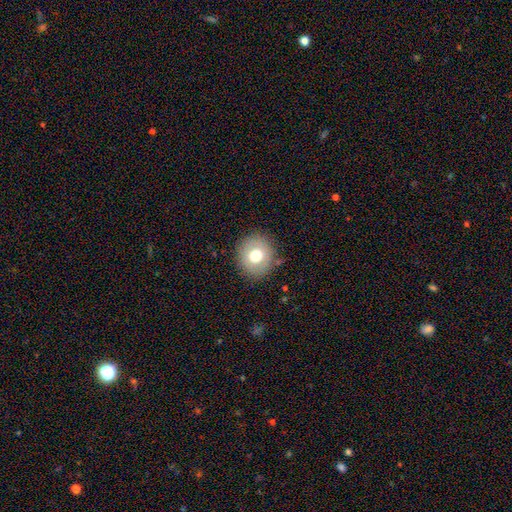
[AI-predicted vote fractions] Smooth or featured? Predicted: smooth (p=0.71). How rounded? Predicted: round (p=0.82). Merging? Predicted: none (p=0.86).